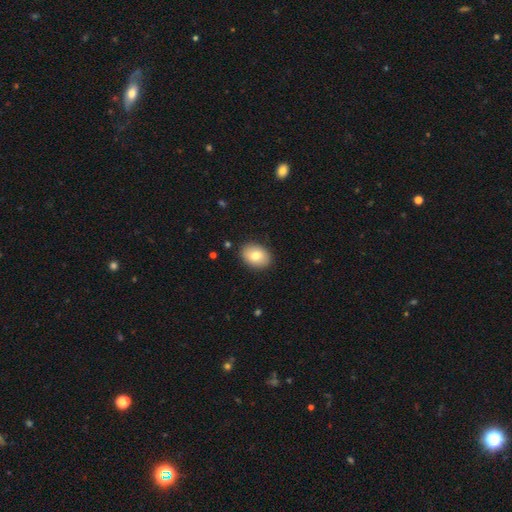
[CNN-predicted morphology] The model was most divided on "how rounded": in between: 71%, round: 28%, cigar-shaped: 1%. More confident: merging — none (89%); smooth or featured — smooth (77%).